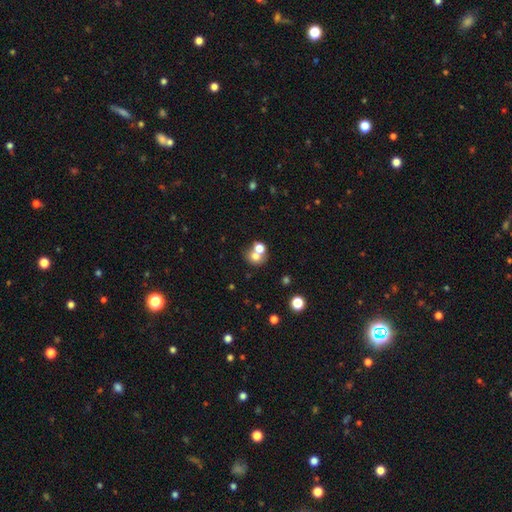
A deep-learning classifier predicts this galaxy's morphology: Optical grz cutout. It shows a smooth galaxy with no disk features (70%) that is round (68%). Merging: merger (52%).